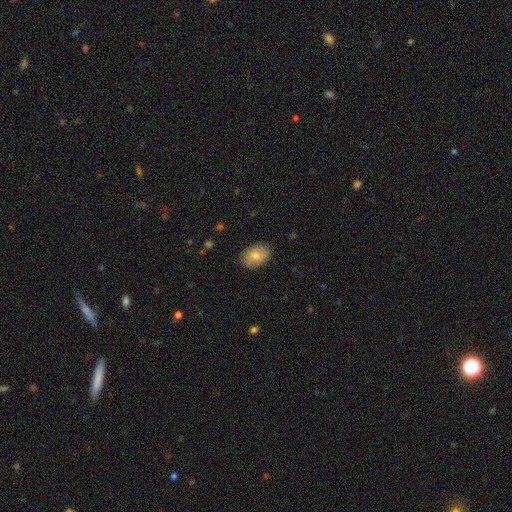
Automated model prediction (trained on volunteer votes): Morphology: type=smooth (77%); roundness=in between (82%); merging=none (86%).